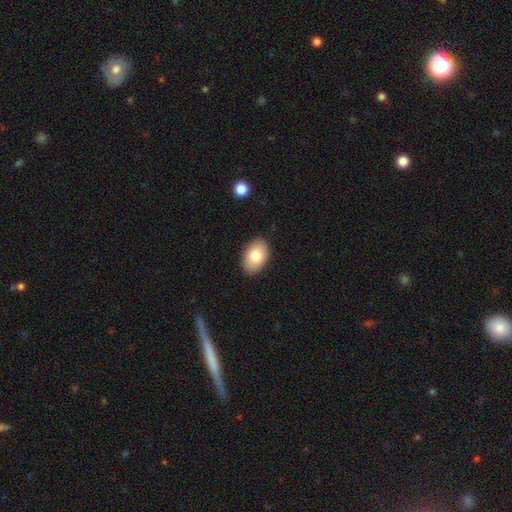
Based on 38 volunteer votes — Morphology: type=smooth (89%); roundness=in between (82%); merging=none (81%).